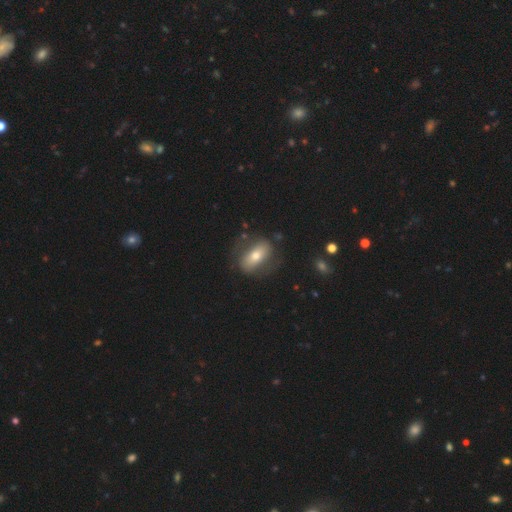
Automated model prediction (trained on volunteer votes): Smooth or featured?
  - smooth: 52% *
  - featured or disk: 40%
  - star or artifact: 7%
How rounded?
  - in between: 82% *
  - cigar-shaped: 9%
  - round: 9%
Merging?
  - none: 69% *
  - minor disturbance: 18%
  - major disturbance: 11%
  - merger: 2%